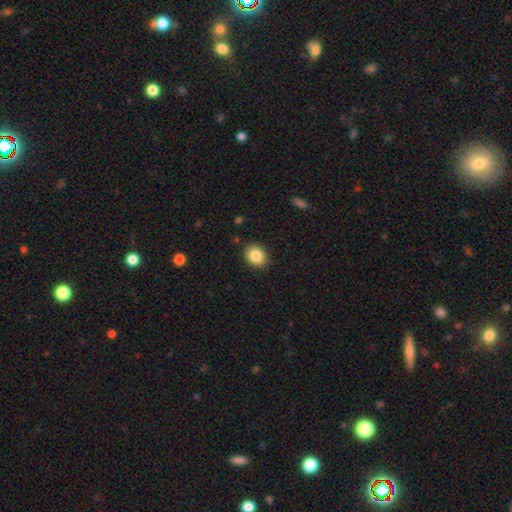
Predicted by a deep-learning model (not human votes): This appears to be a smooth galaxy with no disk features (85%) that is round (54%). Merging: none (89%).